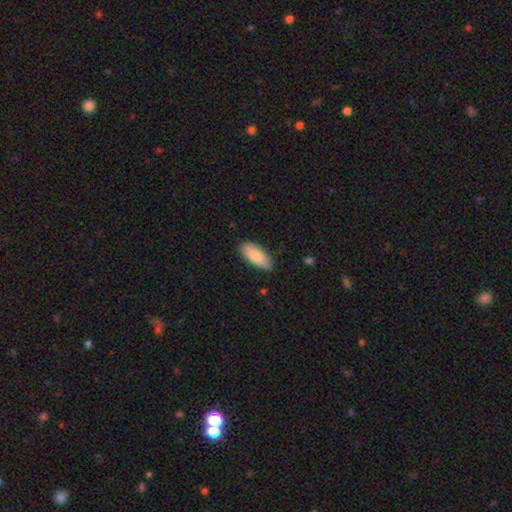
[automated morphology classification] Smooth or featured: smooth — 82% (featured or disk — 12%)
How rounded: in between — 86% (cigar-shaped — 12%)
Merging: none — 82% (minor disturbance — 14%)